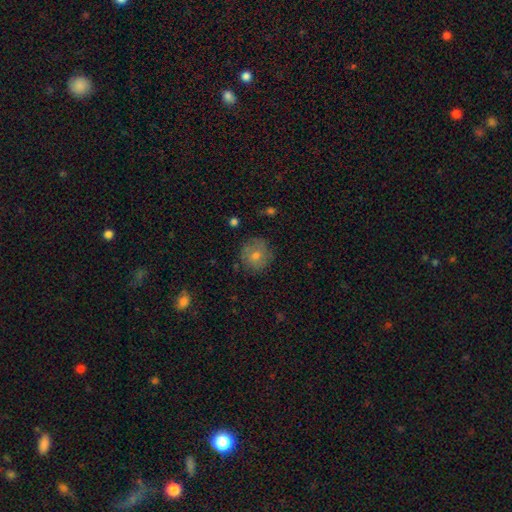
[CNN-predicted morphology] Overall: smooth (61%; featured or disk 28%). How rounded: round (92%). Merging: none (80%).